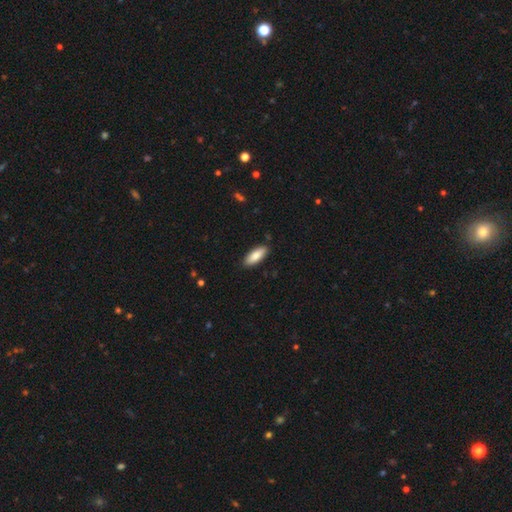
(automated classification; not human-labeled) Smooth or featured? Predicted: smooth (p=0.85). How rounded? Predicted: in between (p=0.70). Merging? Predicted: none (p=0.88).